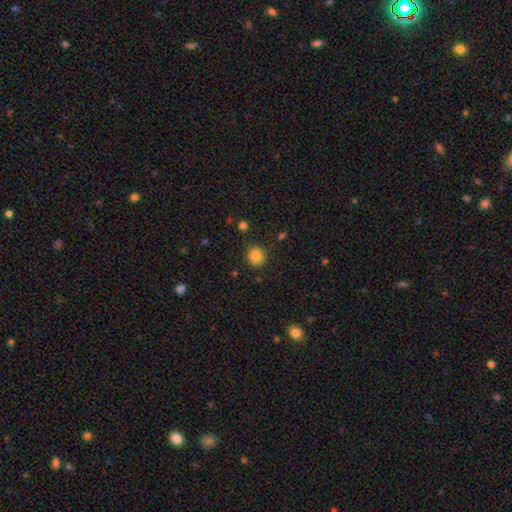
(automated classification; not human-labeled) The model was most divided on "how rounded": round: 85%, in between: 14%, cigar-shaped: 1%. More confident: merging — none (86%); smooth or featured — smooth (84%).